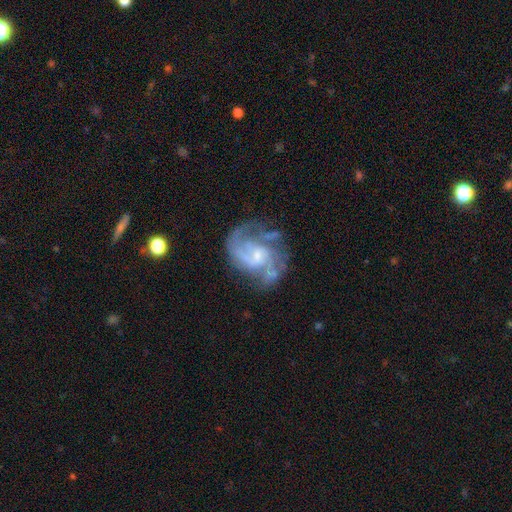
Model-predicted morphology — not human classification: smooth_or_featured: featured or disk (p=0.85) [alt: smooth p=0.08]
disk_edge_on: no (p=0.98) [alt: yes p=0.02]
bar: weak (p=0.47) [alt: no p=0.45]
has_spiral_arms: yes (p=0.93) [alt: no p=0.07]
spiral_winding: medium (p=0.50) [alt: tight p=0.26]
spiral_arm_count: 2 (p=0.48) [alt: can't tell p=0.20]
bulge_size: small (p=0.59) [alt: moderate p=0.26]
merging: none (p=0.53) [alt: major disturbance p=0.22]